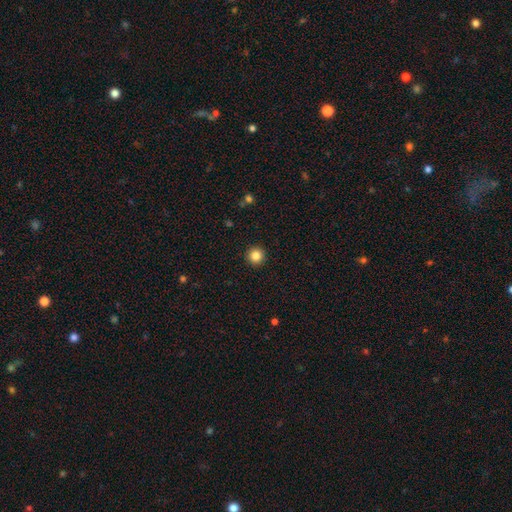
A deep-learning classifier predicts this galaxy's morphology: This is clearly a smooth galaxy (85%). How rounded: clearly round (96%). Merging: clearly none (93%).